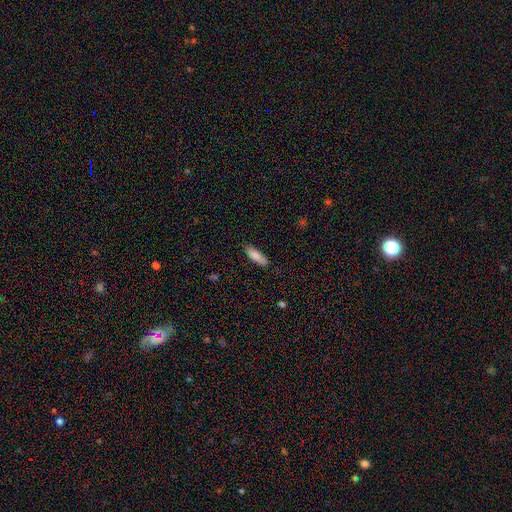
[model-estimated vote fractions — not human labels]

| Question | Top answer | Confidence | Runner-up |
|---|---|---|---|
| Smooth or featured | smooth | 83% | featured or disk (11%) |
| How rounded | in between | 53% | cigar-shaped (45%) |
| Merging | none | 83% | minor disturbance (13%) |